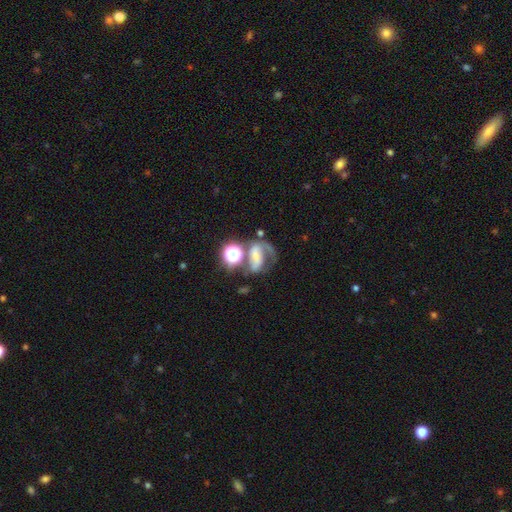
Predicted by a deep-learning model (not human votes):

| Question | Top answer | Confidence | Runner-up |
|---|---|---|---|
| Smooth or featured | featured or disk | 61% | smooth (22%) |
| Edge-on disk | no | 97% | yes (3%) |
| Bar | strong | 37% | no (32%) |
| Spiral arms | yes | 83% | no (17%) |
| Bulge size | small | 42% | moderate (27%) |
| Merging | none | 32% | major disturbance (29%) |